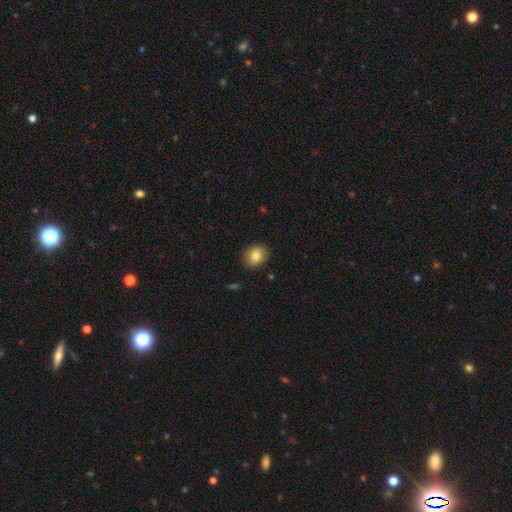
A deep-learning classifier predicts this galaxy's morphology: type=smooth (82%); roundness=round (54%); merging=none (88%).